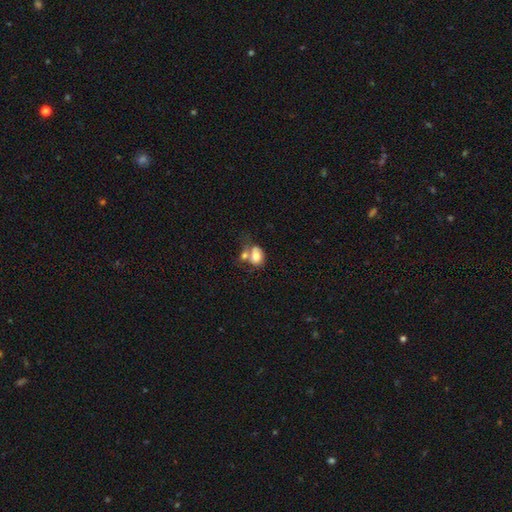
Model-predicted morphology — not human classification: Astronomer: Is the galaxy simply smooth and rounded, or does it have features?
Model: smooth — 72%.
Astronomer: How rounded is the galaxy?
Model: in between — 67%.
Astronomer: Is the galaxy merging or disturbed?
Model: merger — 52%.